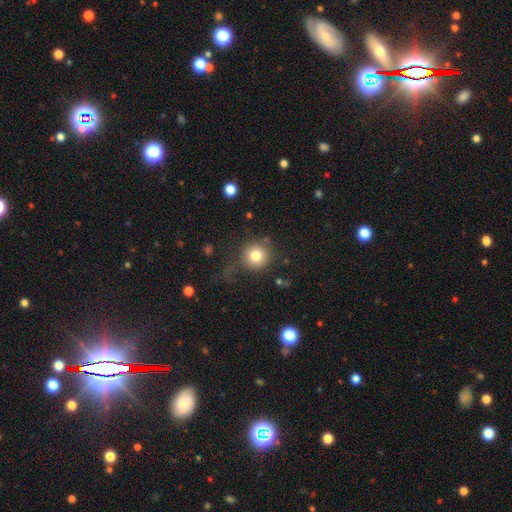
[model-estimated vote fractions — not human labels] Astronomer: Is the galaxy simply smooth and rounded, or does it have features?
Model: smooth — 80%.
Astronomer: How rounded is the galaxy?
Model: round — 94%.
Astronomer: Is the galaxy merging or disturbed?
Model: none — 75%.